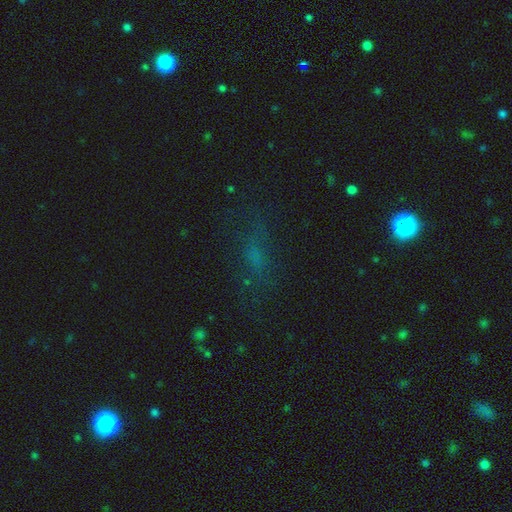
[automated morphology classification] Smooth or featured? Predicted: smooth (p=0.47). Merging? Predicted: none (p=0.64).